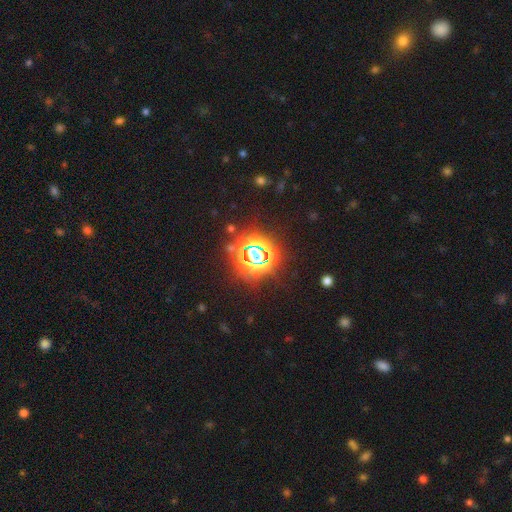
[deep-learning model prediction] Smooth or featured: star or artifact — 72% (smooth — 17%)